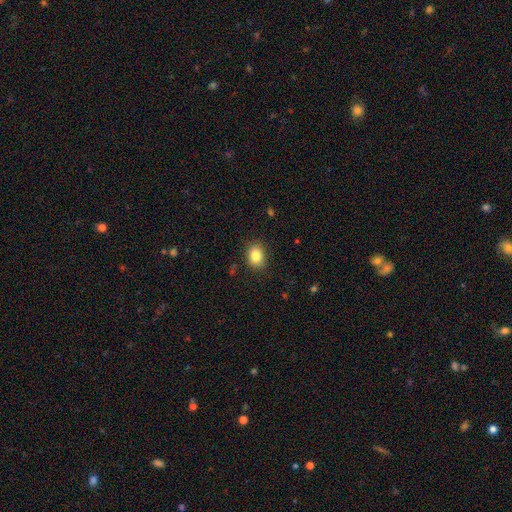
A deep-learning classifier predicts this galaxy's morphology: Smooth or featured: smooth — 84% (star or artifact — 10%)
How rounded: in between — 55% (round — 44%)
Merging: none — 86% (minor disturbance — 10%)